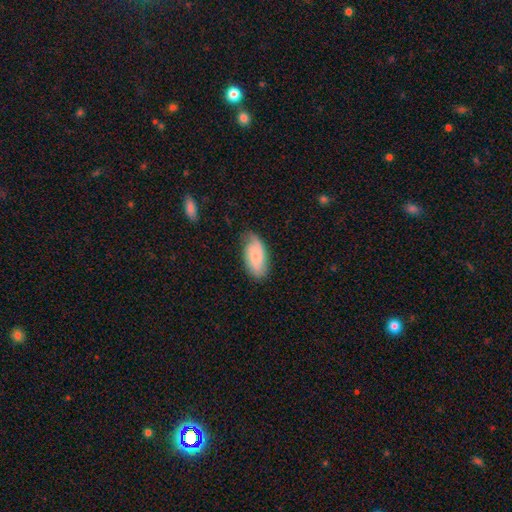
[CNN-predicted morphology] The model was most divided on "smooth or featured": smooth: 65%, featured or disk: 28%, star or artifact: 7%. More confident: how rounded — in between (93%); merging — none (68%).